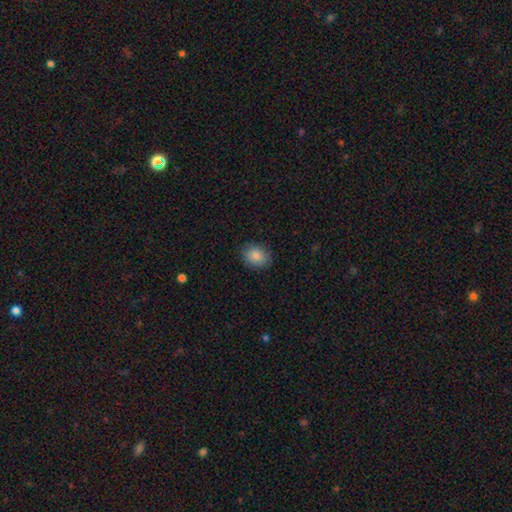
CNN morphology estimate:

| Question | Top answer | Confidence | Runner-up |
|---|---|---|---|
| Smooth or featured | smooth | 87% | star or artifact (8%) |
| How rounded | round | 50% | in between (49%) |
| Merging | none | 84% | minor disturbance (13%) |